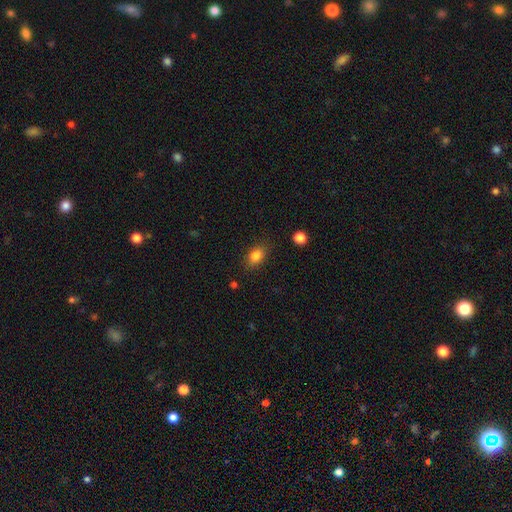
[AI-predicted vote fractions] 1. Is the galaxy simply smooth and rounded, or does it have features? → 83% smooth, 10% star or artifact, 6% featured or disk.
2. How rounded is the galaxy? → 75% in between, 23% round, 2% cigar-shaped.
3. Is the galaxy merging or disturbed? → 82% none, 13% minor disturbance, 4% major disturbance, 2% merger.